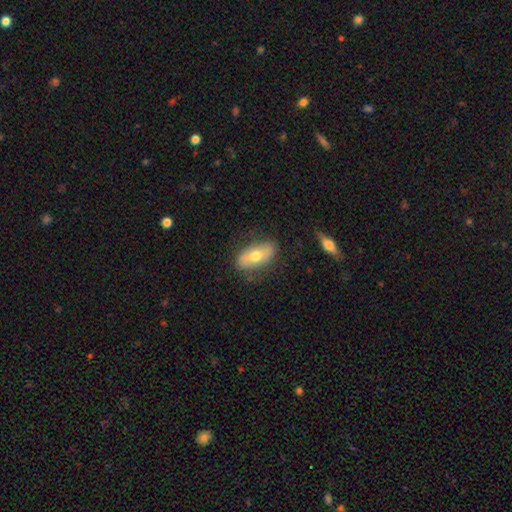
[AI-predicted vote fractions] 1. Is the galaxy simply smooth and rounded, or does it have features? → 52% smooth, 42% featured or disk, 6% star or artifact.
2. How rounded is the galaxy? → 87% in between, 8% cigar-shaped, 5% round.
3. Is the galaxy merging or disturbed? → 76% none, 17% minor disturbance, 5% major disturbance, 2% merger.